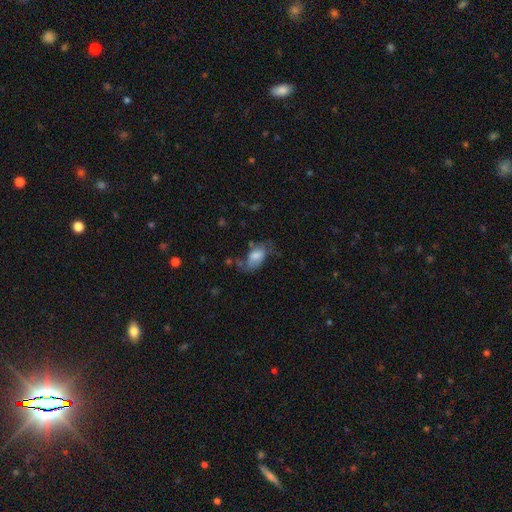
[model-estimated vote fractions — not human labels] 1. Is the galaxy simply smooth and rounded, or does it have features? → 66% smooth, 26% featured or disk, 8% star or artifact.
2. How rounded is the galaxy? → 91% in between, 5% round, 4% cigar-shaped.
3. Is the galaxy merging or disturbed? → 45% none, 29% minor disturbance, 21% major disturbance, 5% merger.